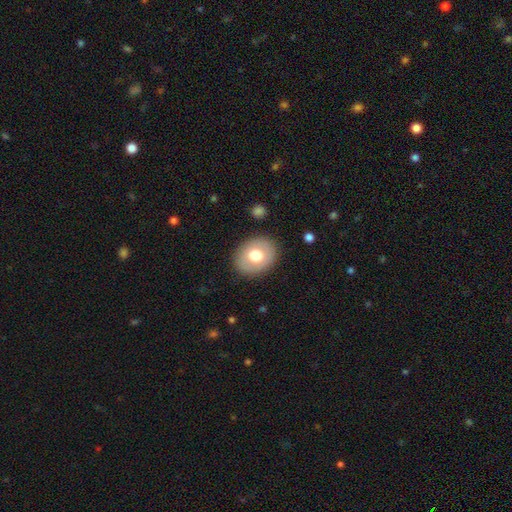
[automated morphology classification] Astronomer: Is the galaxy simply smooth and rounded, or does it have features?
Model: smooth — 68%.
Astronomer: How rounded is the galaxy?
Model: in between — 52% (runner-up: round, 47%).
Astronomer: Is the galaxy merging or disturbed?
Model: none — 87%.